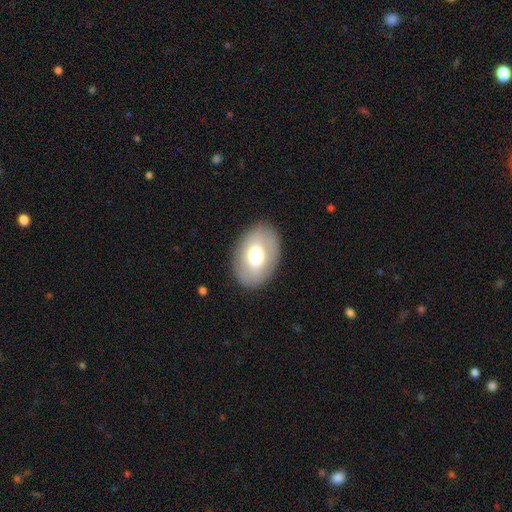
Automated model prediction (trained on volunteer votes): smooth-or-featured: smooth: 63% | featured or disk: 30% | star or artifact: 7%
  how-rounded: in between: 82% | round: 17% | cigar-shaped: 1%
  merging: none: 85% | minor disturbance: 10% | major disturbance: 4% | merger: 1%